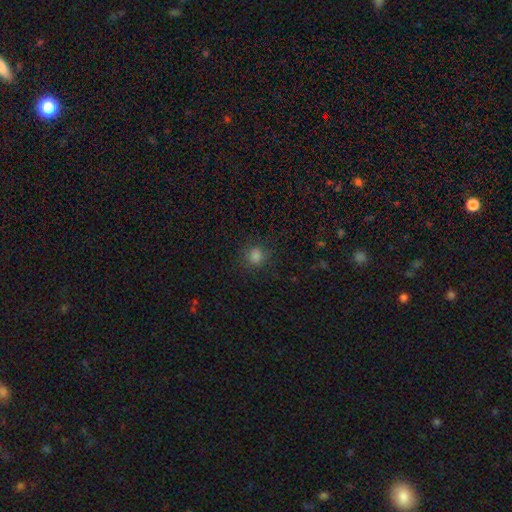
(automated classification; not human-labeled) Smooth or featured? smooth (80%)
How rounded? round (85%)
Merging? none (86%)